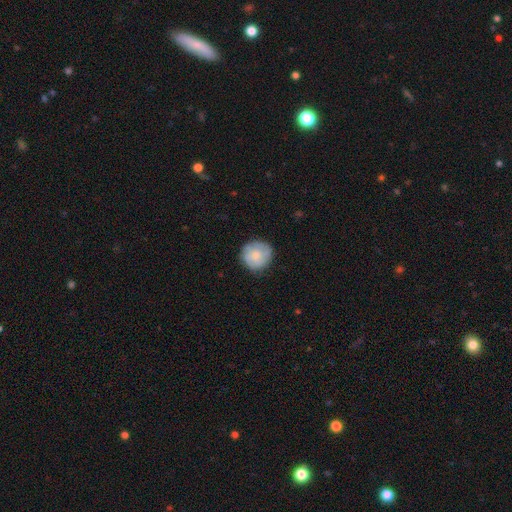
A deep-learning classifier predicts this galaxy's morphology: This appears to be a smooth galaxy with no disk features (61%) that is round (90%). Merging: none (77%).